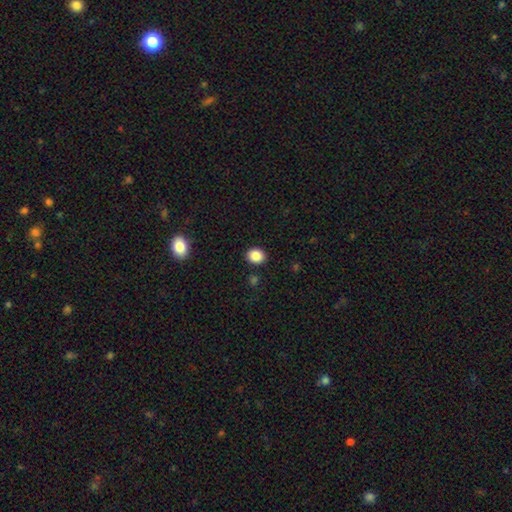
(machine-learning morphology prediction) Smooth or featured? smooth (87%)
How rounded? round (65%)
Merging? none (90%)